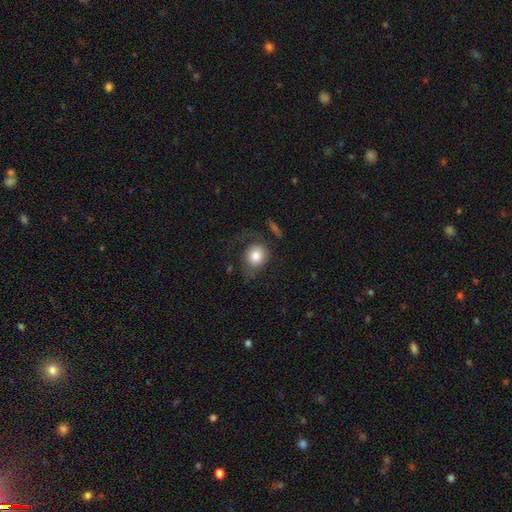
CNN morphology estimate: This is likely a smooth galaxy (74%). How rounded: likely round (71%). Merging: possibly none (49%).